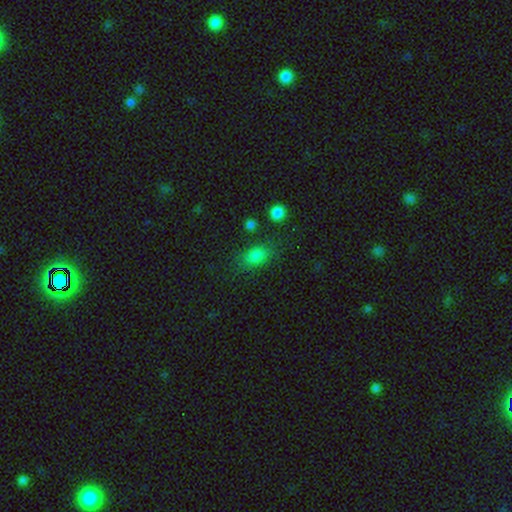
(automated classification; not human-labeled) Morphology: type=smooth (82%); roundness=in between (78%); merging=none (74%).